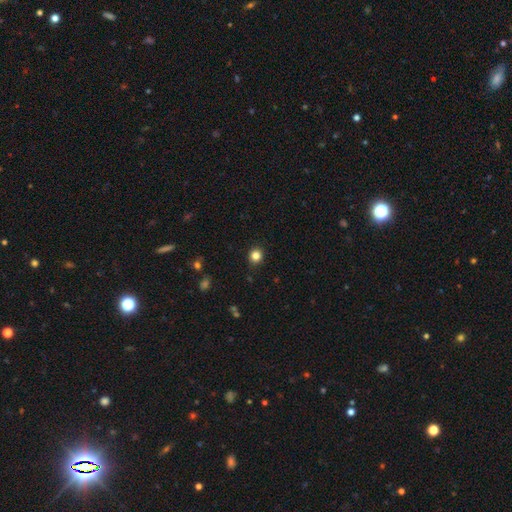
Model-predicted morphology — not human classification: This is clearly a smooth galaxy (83%). How rounded: clearly round (85%). Merging: clearly none (90%).